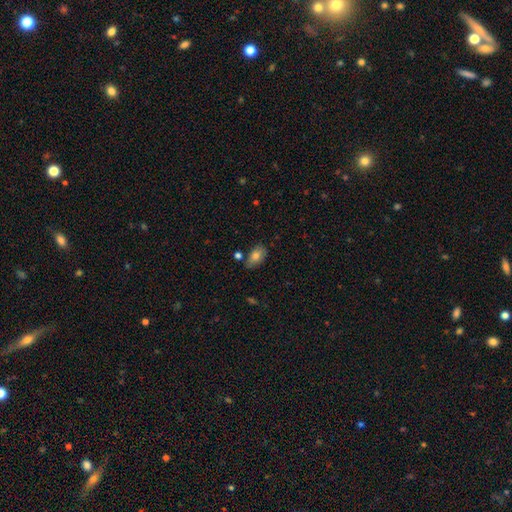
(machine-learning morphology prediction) The model was most divided on "merging": none: 73%, minor disturbance: 18%, merger: 6%, major disturbance: 4%. More confident: how rounded — in between (91%); smooth or featured — smooth (79%).